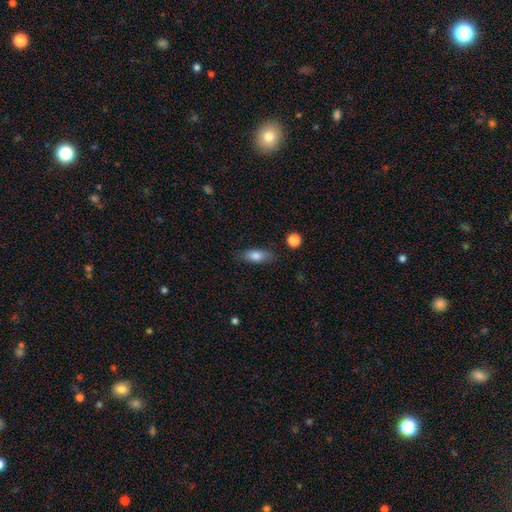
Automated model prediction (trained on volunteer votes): Smooth or featured? smooth (79%)
How rounded? in between (77%)
Merging? none (80%)